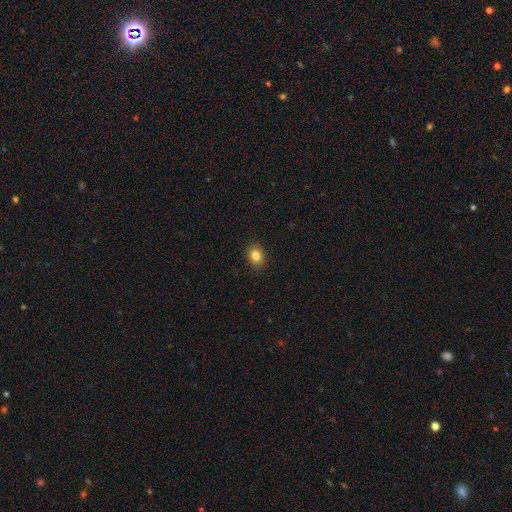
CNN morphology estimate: The model was most divided on "how rounded": round: 50%, in between: 49%, cigar-shaped: 1%. More confident: merging — none (90%); smooth or featured — smooth (84%).